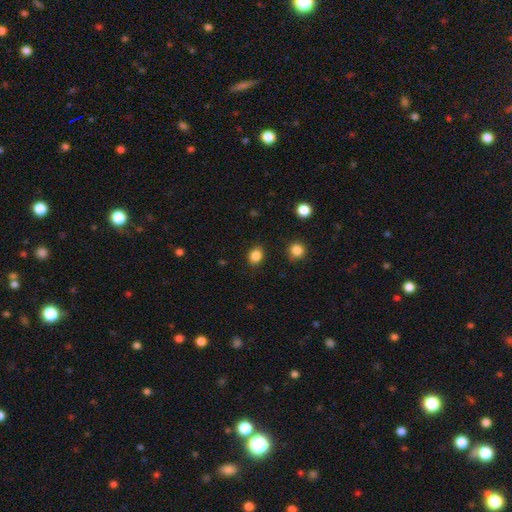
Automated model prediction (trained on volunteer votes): smooth_or_featured: smooth (p=0.86) [alt: star or artifact p=0.11]
how_rounded: in between (p=0.53) [alt: round p=0.46]
merging: none (p=0.85) [alt: minor disturbance p=0.10]